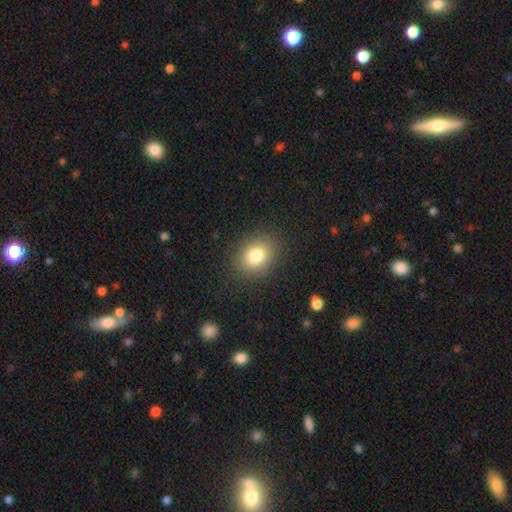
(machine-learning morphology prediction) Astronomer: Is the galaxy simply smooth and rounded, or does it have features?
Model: smooth — 81%.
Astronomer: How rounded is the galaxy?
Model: in between — 51% (runner-up: round, 48%).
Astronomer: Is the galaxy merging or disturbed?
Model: none — 87%.